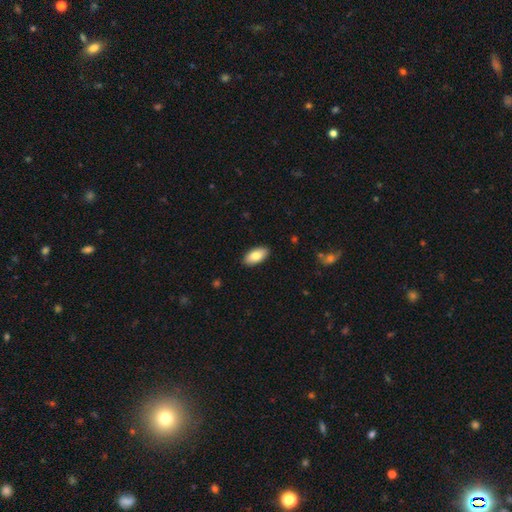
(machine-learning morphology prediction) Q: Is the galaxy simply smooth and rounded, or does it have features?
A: smooth — 82%.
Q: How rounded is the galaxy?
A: in between — 93%.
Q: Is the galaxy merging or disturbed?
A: none — 89%.